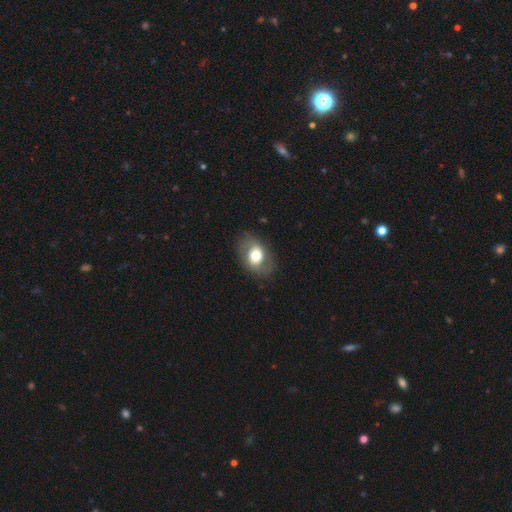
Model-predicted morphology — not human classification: This is possibly a smooth galaxy (54%). How rounded: likely in between (73%). Merging: likely none (76%).